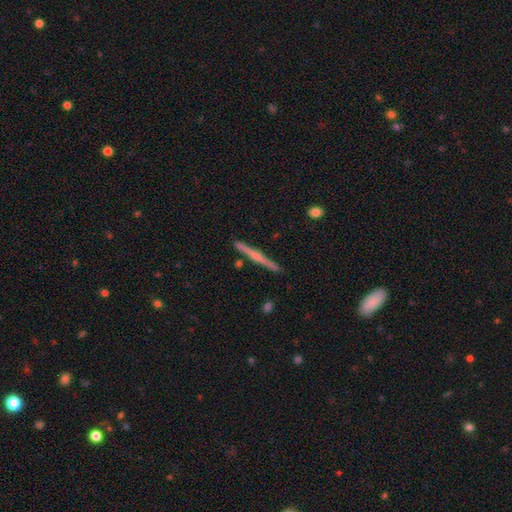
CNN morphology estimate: This appears to be a featured or disk galaxy (71%) viewed edge-on (98%) with a rounded central bulge (69%). Merging: none (91%).